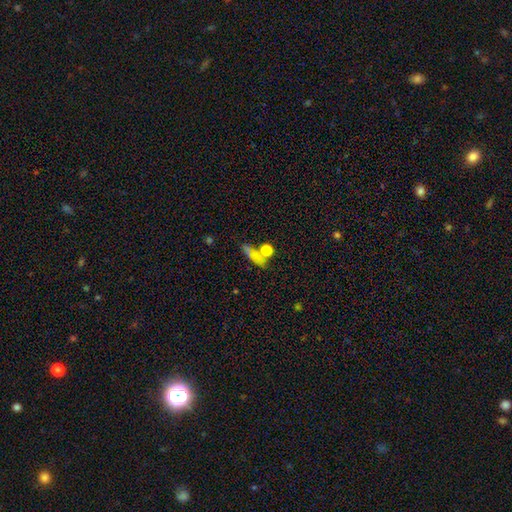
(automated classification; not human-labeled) Morphology: type=smooth (64%); roundness=in between (36%); merging=none (54%).